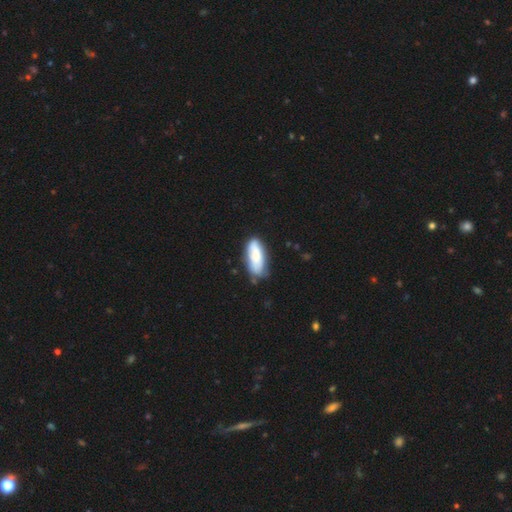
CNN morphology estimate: A smooth galaxy with no disk features (77%) that is in between round and cigar-shaped (71%). Merging: none (66%).